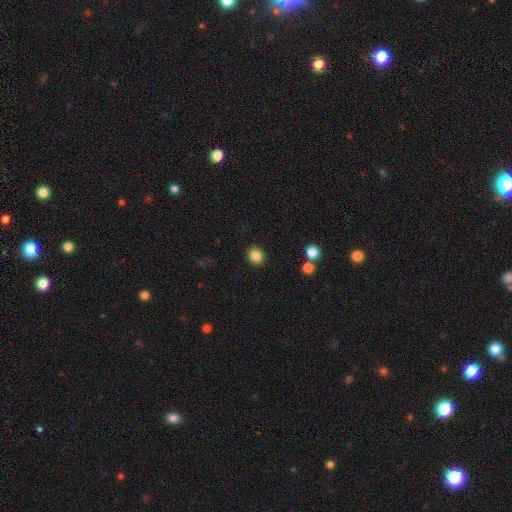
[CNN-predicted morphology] Smooth or featured?
  - smooth: 85% *
  - star or artifact: 10%
  - featured or disk: 5%
How rounded?
  - round: 78% *
  - in between: 21%
  - cigar-shaped: 1%
Merging?
  - none: 91% *
  - minor disturbance: 6%
  - major disturbance: 2%
  - merger: 2%